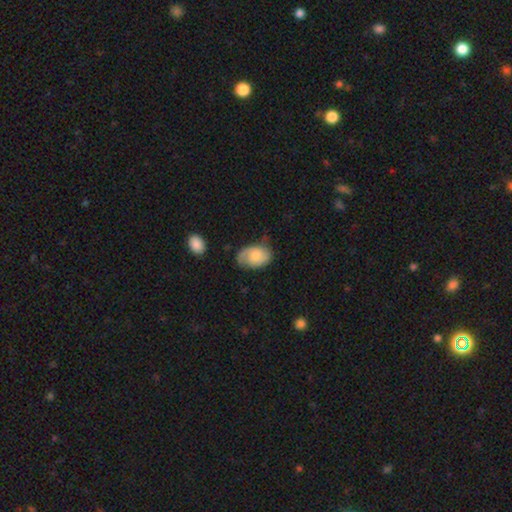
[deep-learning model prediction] Smooth or featured? Predicted: smooth (p=0.48). Merging? Predicted: none (p=0.53).